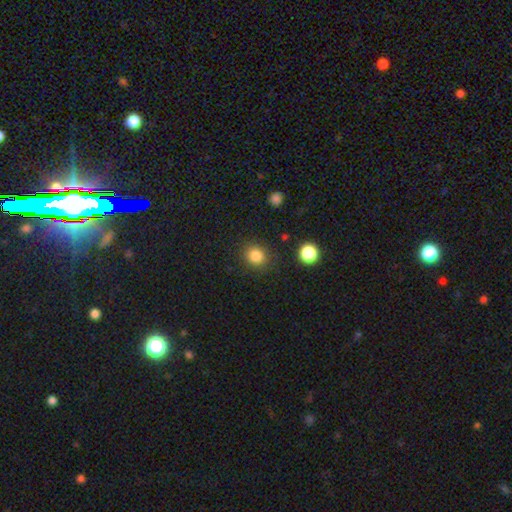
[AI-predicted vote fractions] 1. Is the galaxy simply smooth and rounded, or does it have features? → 84% smooth, 11% star or artifact, 5% featured or disk.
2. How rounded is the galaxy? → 79% round, 20% in between, 1% cigar-shaped.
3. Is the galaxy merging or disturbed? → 85% none, 9% minor disturbance, 3% major disturbance, 2% merger.